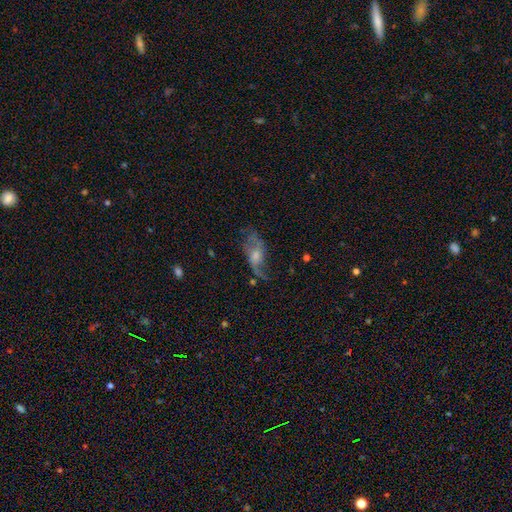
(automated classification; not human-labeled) featured or disk 68%, smooth 23%, star or artifact 9%. Down the decision tree: edge-on disk — no (91%); bar — no (62%); spiral arms — yes (83%); spiral arm count — 2 (80%); spiral winding — loose (74%); bulge size — moderate (45%); merging — none (51%).